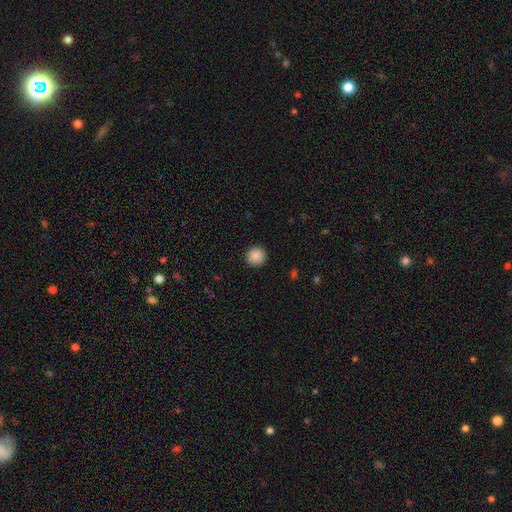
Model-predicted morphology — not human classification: Smooth or featured?
  - smooth: 88% *
  - star or artifact: 9%
  - featured or disk: 3%
How rounded?
  - round: 95% *
  - in between: 4%
  - cigar-shaped: 1%
Merging?
  - none: 92% *
  - minor disturbance: 5%
  - major disturbance: 2%
  - merger: 1%